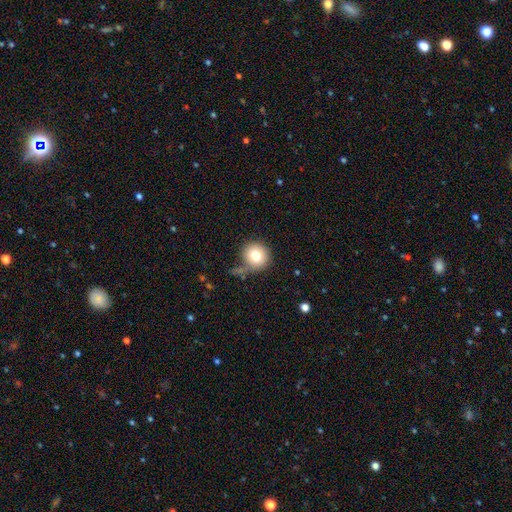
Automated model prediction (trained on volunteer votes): This appears to be a smooth galaxy with no disk features (78%) that is round (92%). Merging: none (63%).